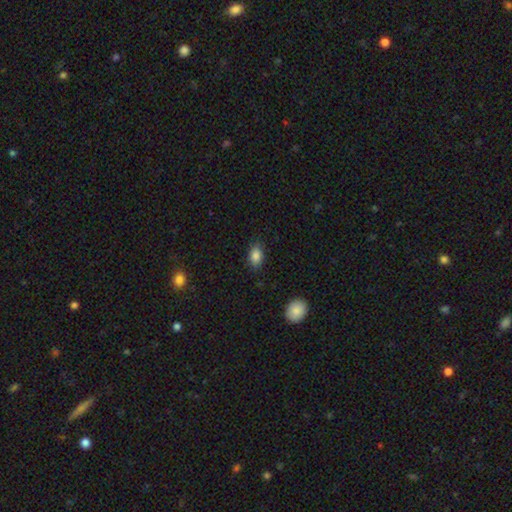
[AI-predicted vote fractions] Overall: smooth (86%). How rounded: in between (86%). Merging: none (82%).